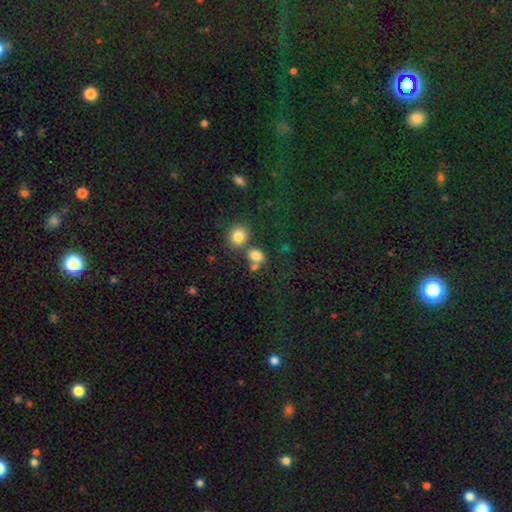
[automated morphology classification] Q: Smooth or featured?
A: smooth (79%); runner-up: star or artifact (13%)
Q: How rounded?
A: round (53%); runner-up: in between (46%)
Q: Merging?
A: none (50%); runner-up: merger (34%)